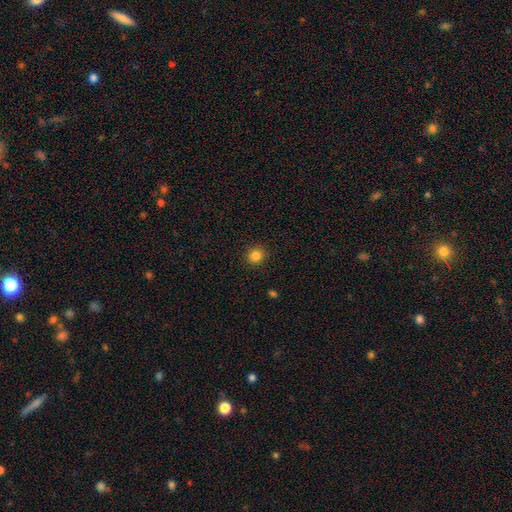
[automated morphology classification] A smooth galaxy with no disk features (84%) that is round (92%).

Vote fractions:
- Smooth or featured? smooth: 84% / star or artifact: 12% / featured or disk: 4%
- How rounded? round: 92% / in between: 7% / cigar-shaped: 1%
- Merging? none: 92% / minor disturbance: 5% / major disturbance: 2% / merger: 1%